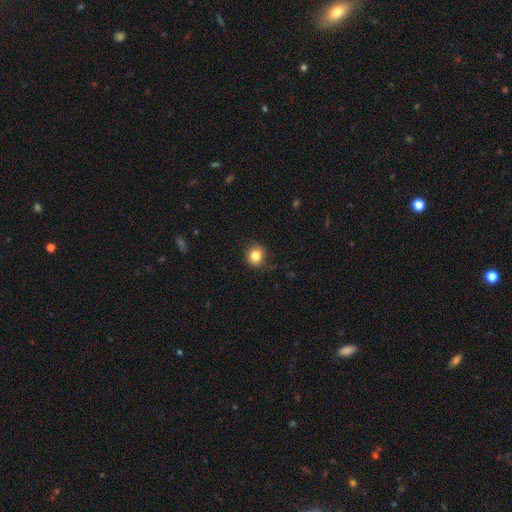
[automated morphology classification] A smooth galaxy with no disk features (84%) that is round (86%). Merging: none (88%).